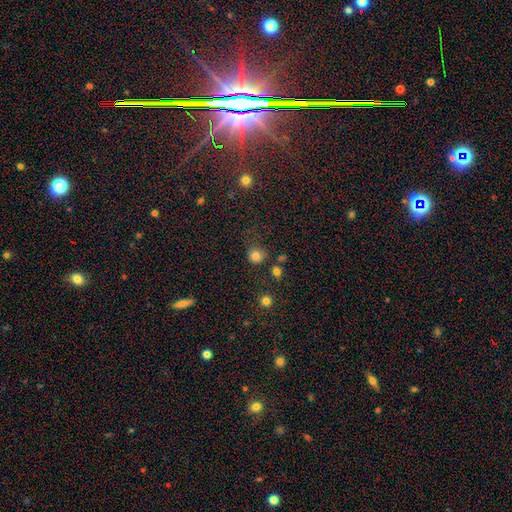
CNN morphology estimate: Smooth or featured: smooth — 81% (star or artifact — 14%)
How rounded: round — 89% (in between — 10%)
Merging: none — 73% (minor disturbance — 15%)